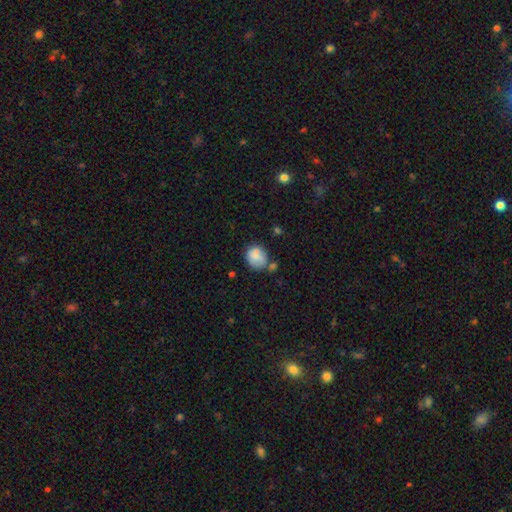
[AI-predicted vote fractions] smooth-or-featured: smooth: 77% | featured or disk: 15% | star or artifact: 9%
  how-rounded: round: 63% | in between: 36% | cigar-shaped: 1%
  merging: none: 49% | minor disturbance: 26% | merger: 16% | major disturbance: 9%